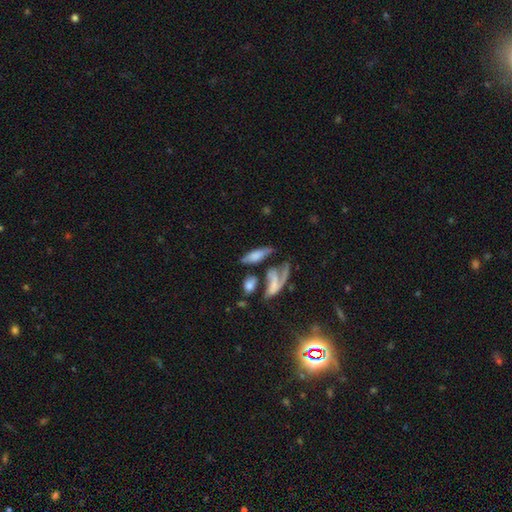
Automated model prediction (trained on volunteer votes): Morphology: type=smooth (50%); roundness=in between (61%); merging=none (36%).